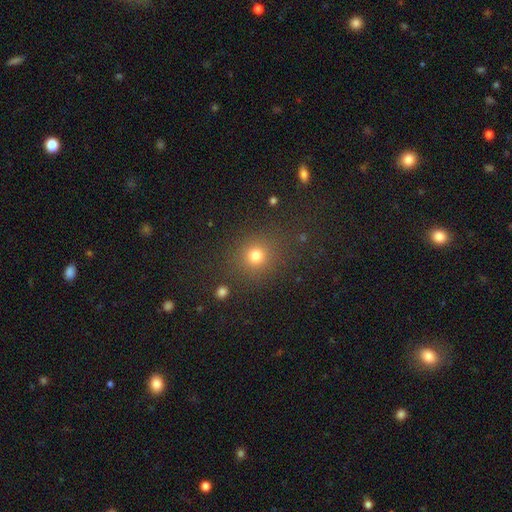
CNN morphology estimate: Smooth or featured? smooth (76%)
How rounded? round (87%)
Merging? none (83%)